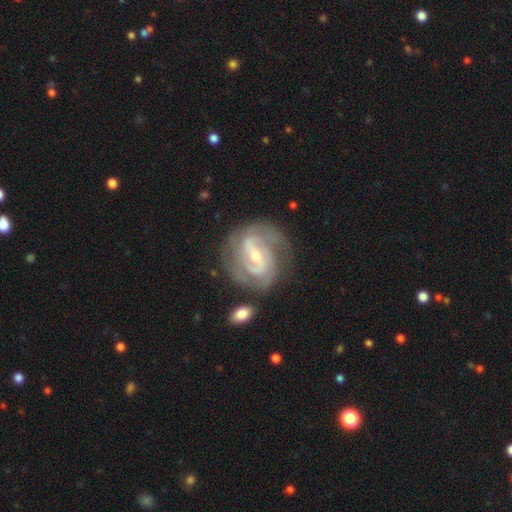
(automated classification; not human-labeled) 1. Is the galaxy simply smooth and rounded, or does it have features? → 88% featured or disk, 7% smooth, 5% star or artifact.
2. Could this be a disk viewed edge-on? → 97% no, 3% yes.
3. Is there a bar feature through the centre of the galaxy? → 45% weak, 39% strong, 16% no.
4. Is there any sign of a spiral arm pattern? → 96% yes, 4% no.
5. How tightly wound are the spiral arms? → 48% tight, 42% medium, 10% loose.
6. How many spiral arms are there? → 57% 2, 18% 3, 14% can't tell, 4% 4, 3% 1, 3% more than 4.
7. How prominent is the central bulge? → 58% small, 39% moderate, 2% large, 1% none, 1% dominant.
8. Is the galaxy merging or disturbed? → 72% none, 17% minor disturbance, 7% major disturbance, 4% merger.